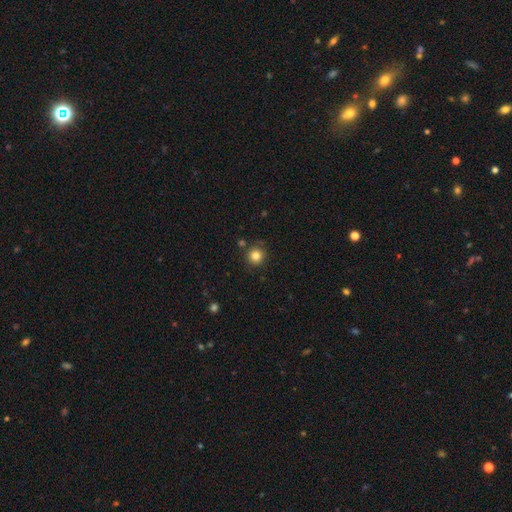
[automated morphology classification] type=smooth (83%); roundness=round (93%); merging=none (85%).